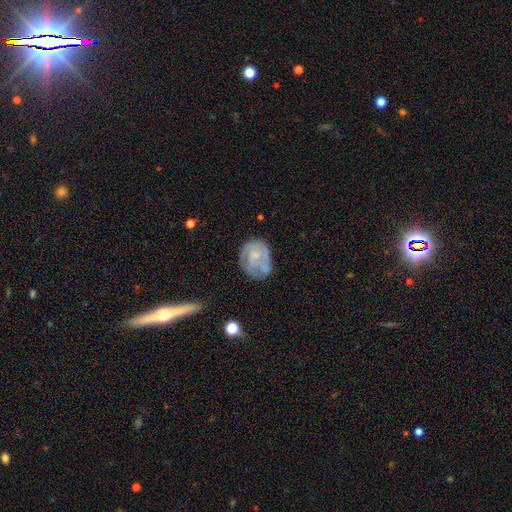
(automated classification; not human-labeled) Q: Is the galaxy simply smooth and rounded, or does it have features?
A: featured or disk — 63%.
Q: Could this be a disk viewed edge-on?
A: no — 98%.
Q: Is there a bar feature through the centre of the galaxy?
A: no — 74%.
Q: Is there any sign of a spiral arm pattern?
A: yes — 69%.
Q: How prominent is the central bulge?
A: small — 44%.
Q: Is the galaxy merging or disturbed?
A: none — 54%.